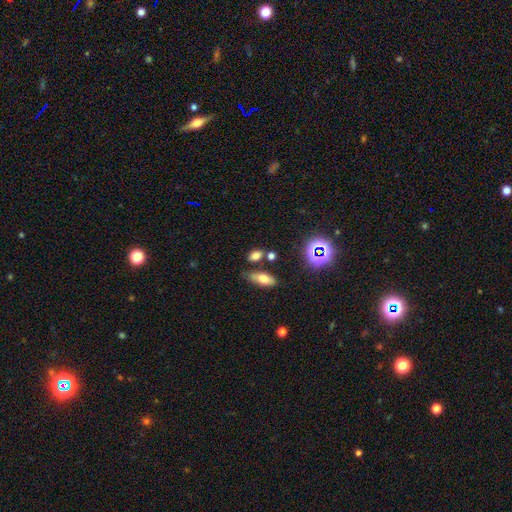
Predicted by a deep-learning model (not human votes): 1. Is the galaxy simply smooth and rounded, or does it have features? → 70% smooth, 18% star or artifact, 12% featured or disk.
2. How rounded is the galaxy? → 78% in between, 15% round, 8% cigar-shaped.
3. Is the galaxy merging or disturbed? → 67% none, 14% merger, 14% minor disturbance, 5% major disturbance.